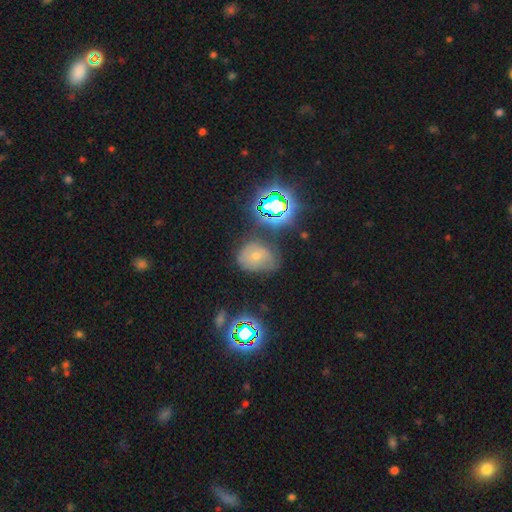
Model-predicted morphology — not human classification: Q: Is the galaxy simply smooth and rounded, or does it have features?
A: smooth — 45%.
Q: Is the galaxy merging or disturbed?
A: none — 48%.